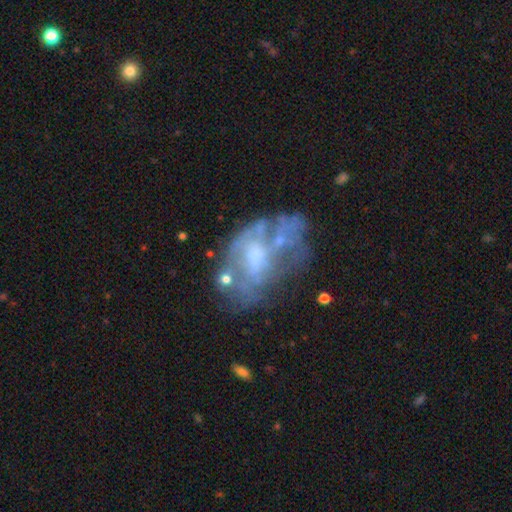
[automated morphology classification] This appears to be a featured or disk galaxy (66%) with no bar (72%), no spiral arms (75%) and a moderate central bulge (37%). Merging: none (35%).